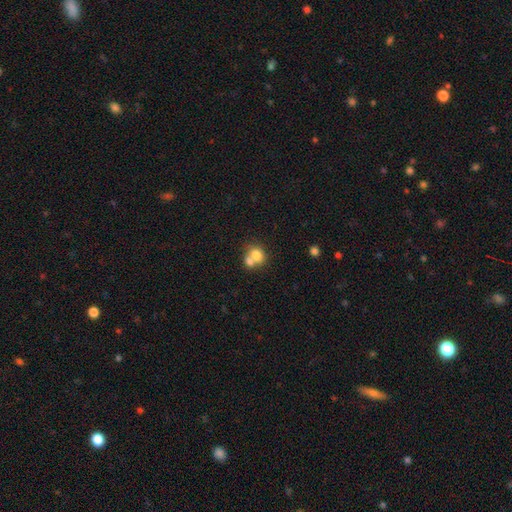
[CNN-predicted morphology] smooth 75%, featured or disk 15%, star or artifact 10%. Down the decision tree: how rounded — round (61%); merging — merger (58%).